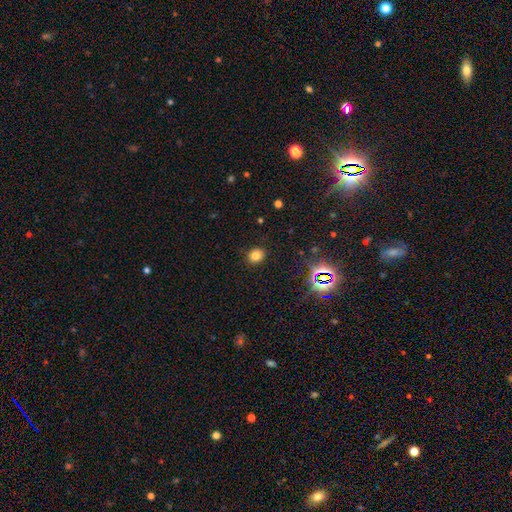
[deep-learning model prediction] Morphology: type=smooth (76%); roundness=round (71%); merging=none (88%).